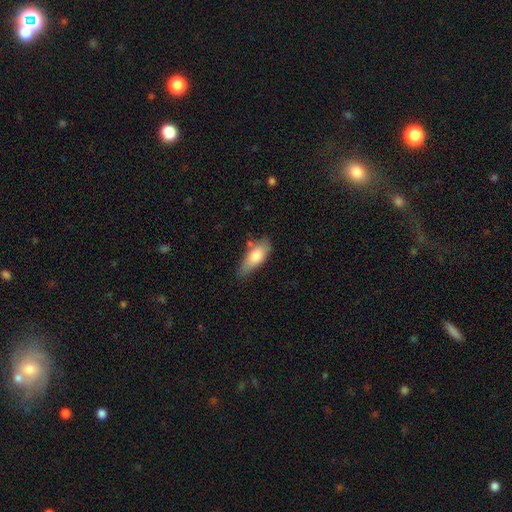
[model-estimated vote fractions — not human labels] This appears to be a smooth galaxy with no disk features (77%) that is in between round and cigar-shaped (78%). Merging: none (55%).